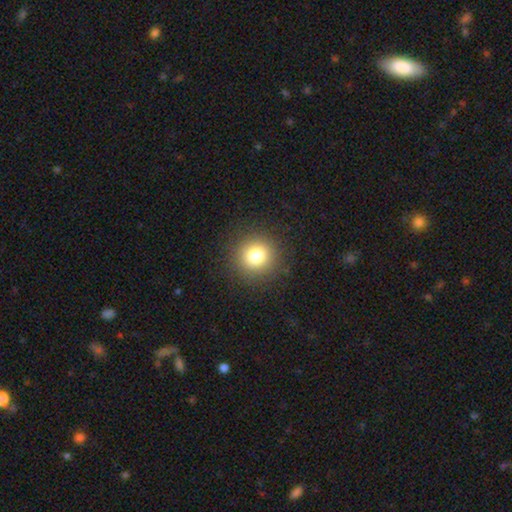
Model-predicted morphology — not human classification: Smooth or featured?
  - smooth: 79% *
  - star or artifact: 13%
  - featured or disk: 8%
How rounded?
  - round: 94% *
  - in between: 5%
  - cigar-shaped: 1%
Merging?
  - none: 90% *
  - minor disturbance: 6%
  - major disturbance: 3%
  - merger: 1%